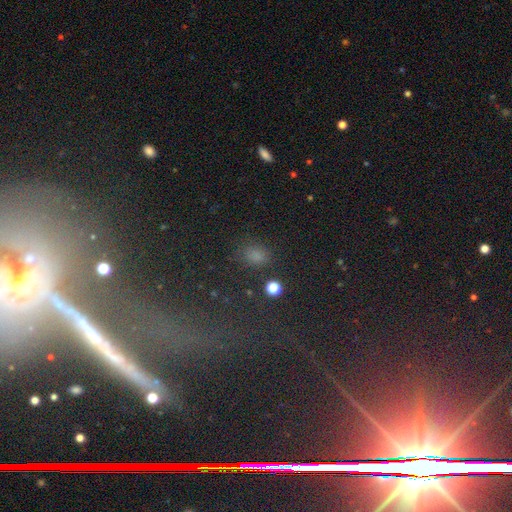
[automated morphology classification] Smooth or featured? Predicted: smooth (p=0.69). How rounded? Predicted: in between (p=0.58). Merging? Predicted: none (p=0.81).